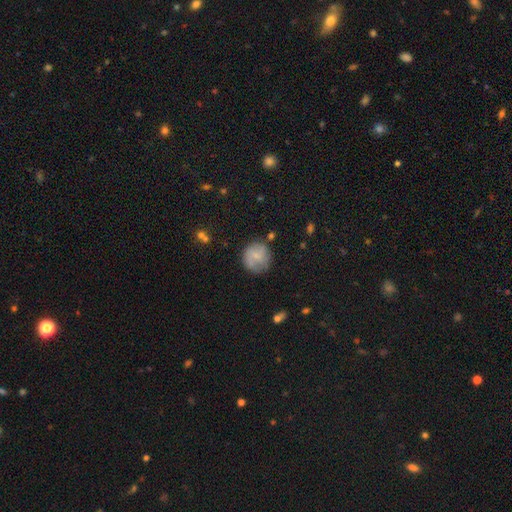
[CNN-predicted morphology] Smooth or featured? smooth (55%)
How rounded? round (89%)
Merging? none (69%)